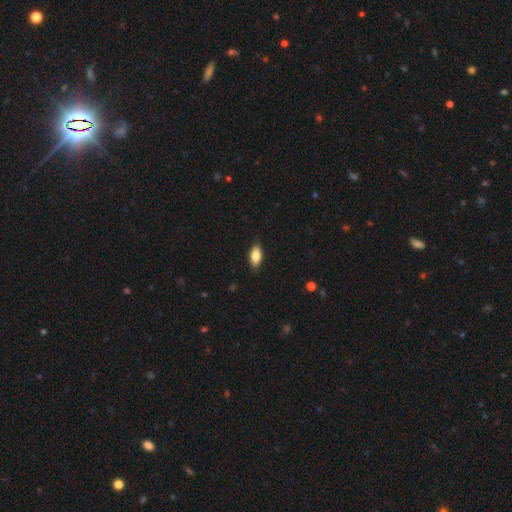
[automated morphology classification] Smooth or featured? smooth (80%)
How rounded? in between (88%)
Merging? none (86%)